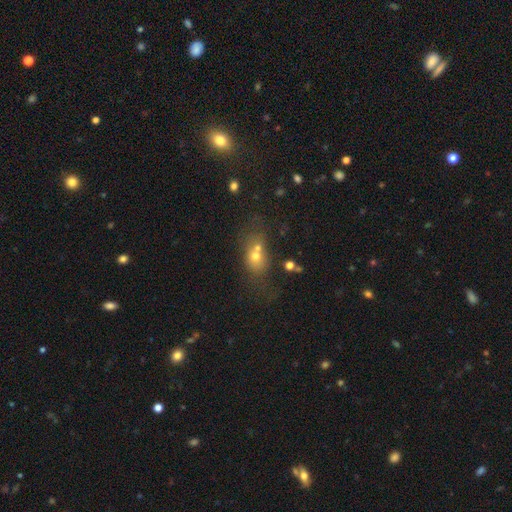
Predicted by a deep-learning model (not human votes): Q: Smooth or featured?
A: smooth (61%); runner-up: featured or disk (20%)
Q: How rounded?
A: in between (50%); runner-up: round (46%)
Q: Merging?
A: merger (47%); runner-up: none (33%)